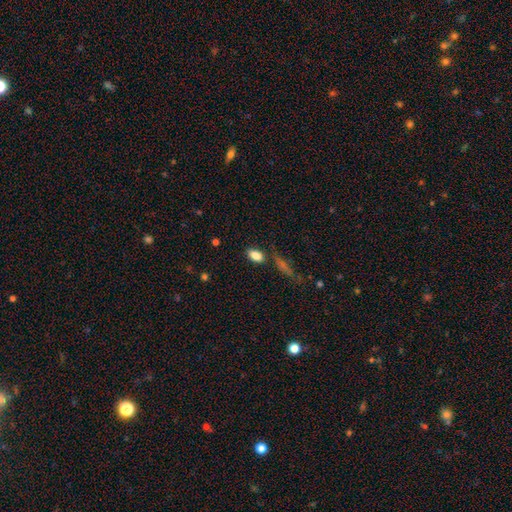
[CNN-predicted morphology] This is clearly a smooth galaxy (84%). How rounded: clearly in between (90%). Merging: likely none (77%).